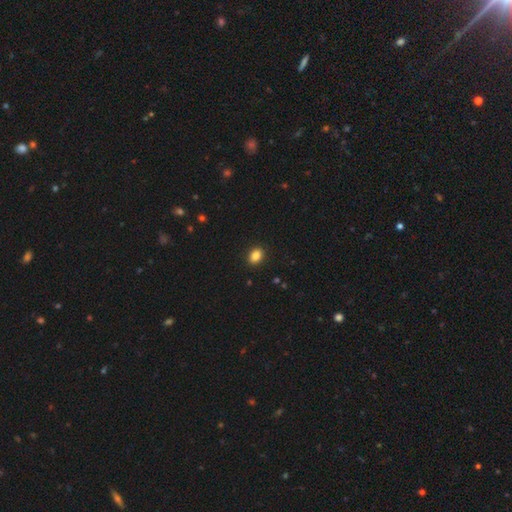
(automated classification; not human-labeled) smooth_or_featured: smooth (p=0.86) [alt: star or artifact p=0.10]
how_rounded: in between (p=0.68) [alt: round p=0.31]
merging: none (p=0.91) [alt: minor disturbance p=0.07]